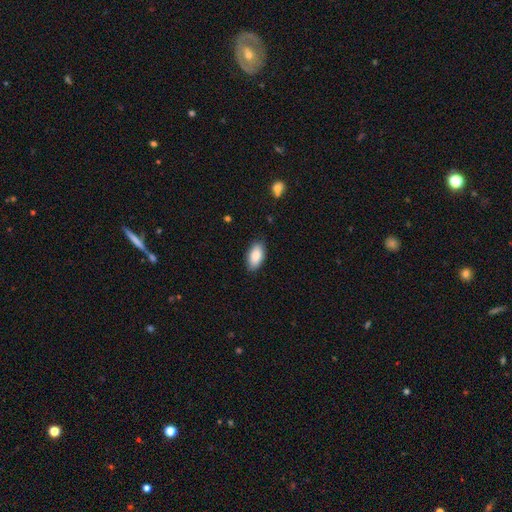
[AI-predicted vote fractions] This is clearly a smooth galaxy (87%). How rounded: clearly in between (93%). Merging: clearly none (84%).